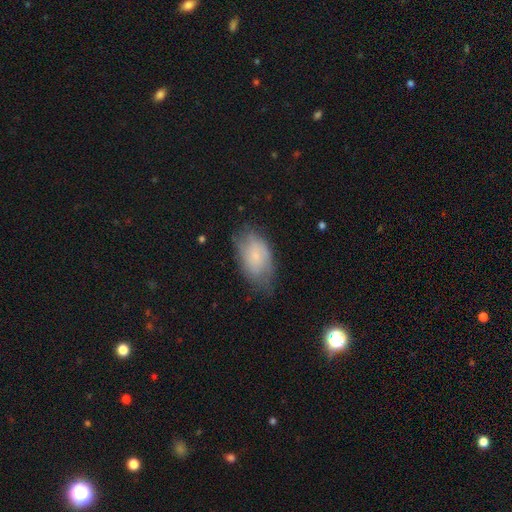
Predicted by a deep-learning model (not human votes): This appears to be a smooth galaxy with no disk features (58%) that is in between round and cigar-shaped (92%). Merging: none (61%).